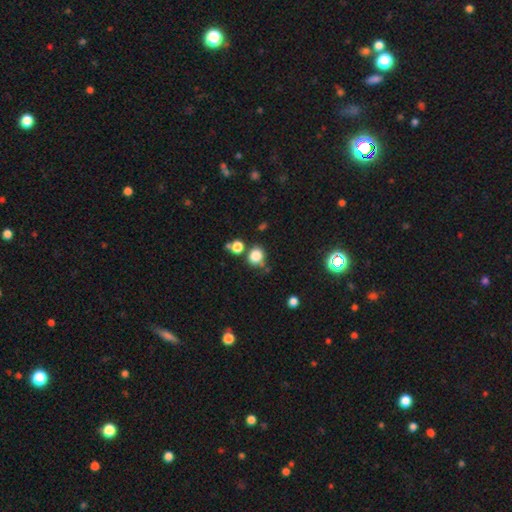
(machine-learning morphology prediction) Overall: smooth (82%). How rounded: round (81%). Merging: none (70%).